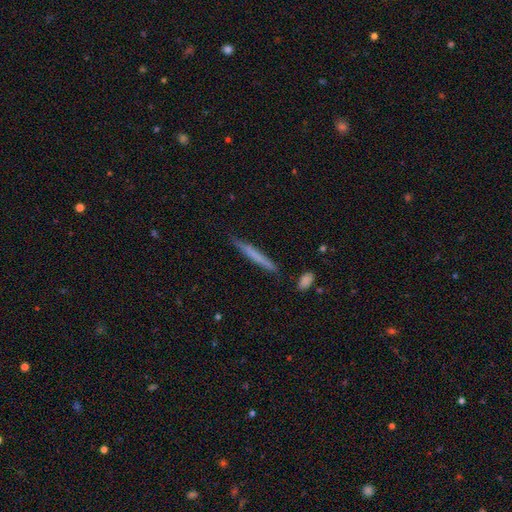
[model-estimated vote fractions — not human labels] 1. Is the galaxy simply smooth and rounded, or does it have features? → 59% smooth, 35% featured or disk, 6% star or artifact.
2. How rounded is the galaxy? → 96% cigar-shaped, 2% in between, 1% round.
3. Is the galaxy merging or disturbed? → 85% none, 11% minor disturbance, 2% merger, 2% major disturbance.